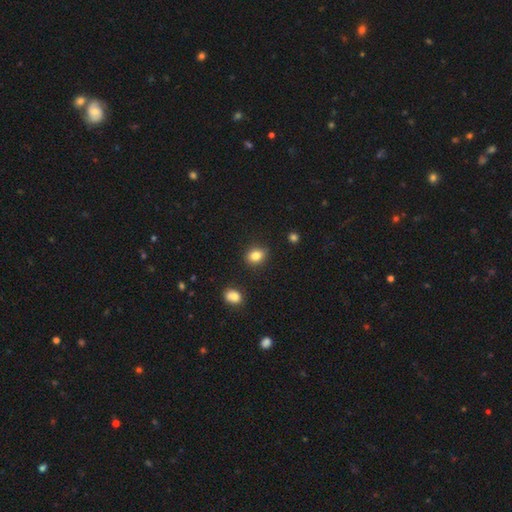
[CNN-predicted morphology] Q: Smooth or featured?
A: smooth (83%); runner-up: star or artifact (11%)
Q: How rounded?
A: round (57%); runner-up: in between (42%)
Q: Merging?
A: none (86%); runner-up: minor disturbance (10%)